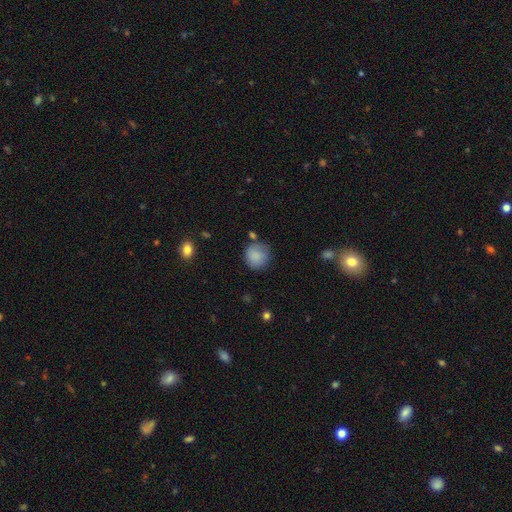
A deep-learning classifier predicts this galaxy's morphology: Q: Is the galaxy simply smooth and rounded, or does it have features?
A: smooth — 85%.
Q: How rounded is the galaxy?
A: round — 89%.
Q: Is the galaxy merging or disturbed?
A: none — 72%.